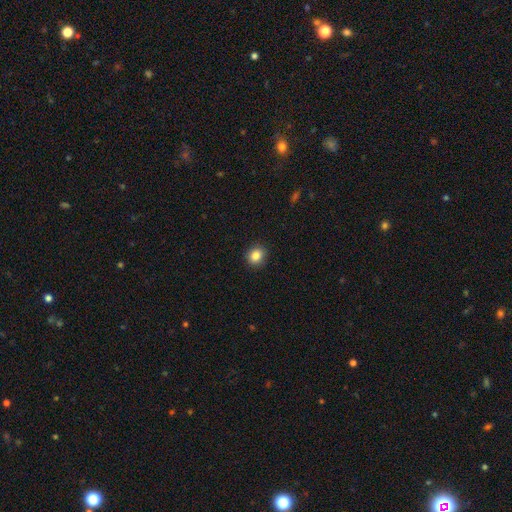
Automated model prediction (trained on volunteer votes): Smooth or featured? Predicted: smooth (p=0.85). How rounded? Predicted: round (p=0.77). Merging? Predicted: none (p=0.90).